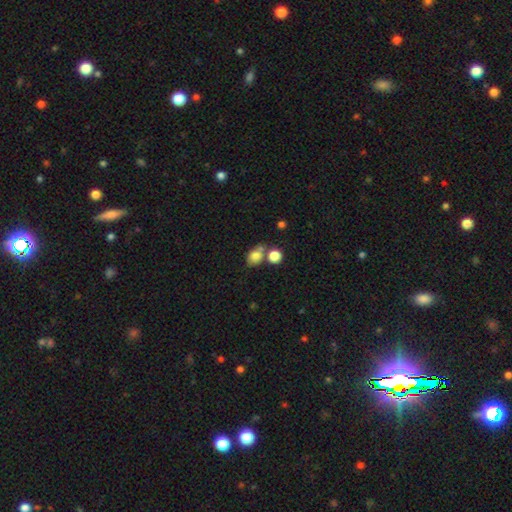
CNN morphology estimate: Smooth or featured? smooth (79%)
How rounded? round (52%)
Merging? none (50%)